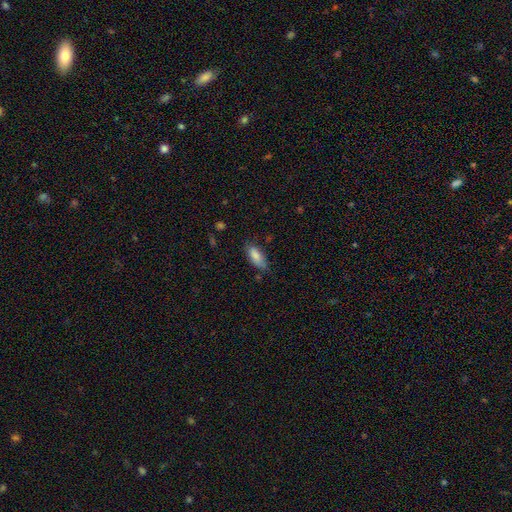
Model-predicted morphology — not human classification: Overall: smooth (85%). How rounded: in between (79%). Merging: none (70%).